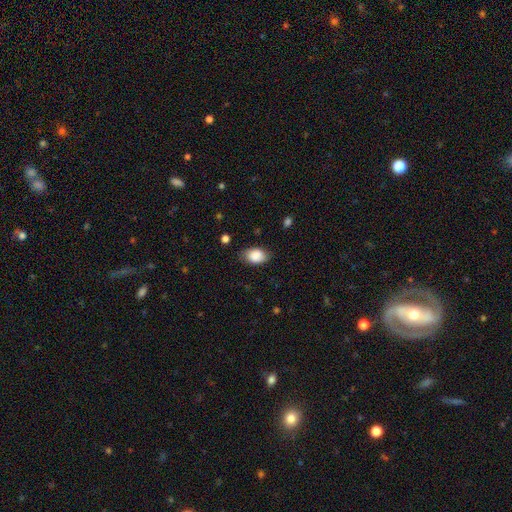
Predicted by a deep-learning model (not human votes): Q: Smooth or featured?
A: smooth (87%); runner-up: star or artifact (7%)
Q: How rounded?
A: in between (88%); runner-up: round (11%)
Q: Merging?
A: none (78%); runner-up: minor disturbance (17%)